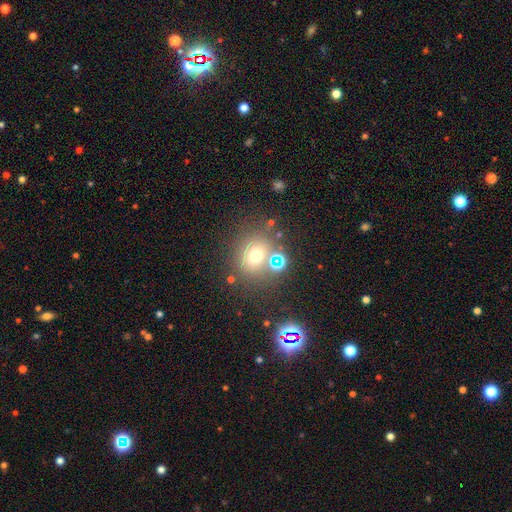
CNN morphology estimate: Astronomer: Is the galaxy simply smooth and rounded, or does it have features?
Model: smooth — 65%.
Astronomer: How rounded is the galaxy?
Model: round — 73%.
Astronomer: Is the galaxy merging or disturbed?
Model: none — 67%.